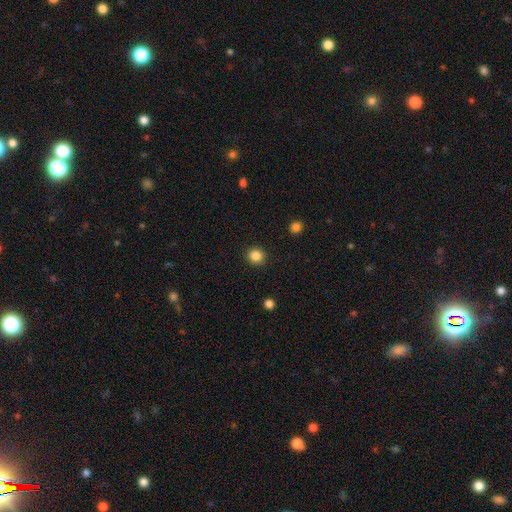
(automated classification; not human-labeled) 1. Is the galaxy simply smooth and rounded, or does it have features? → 86% smooth, 11% star or artifact, 3% featured or disk.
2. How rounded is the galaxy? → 90% round, 9% in between, 1% cigar-shaped.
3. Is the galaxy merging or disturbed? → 92% none, 5% minor disturbance, 2% major disturbance, 1% merger.